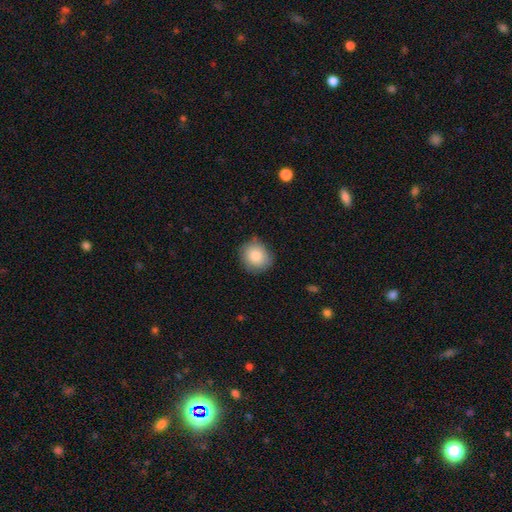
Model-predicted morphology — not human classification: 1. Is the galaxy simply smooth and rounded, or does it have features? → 86% smooth, 7% star or artifact, 7% featured or disk.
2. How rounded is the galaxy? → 79% round, 20% in between, 1% cigar-shaped.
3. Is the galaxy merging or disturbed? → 81% none, 15% minor disturbance, 3% major disturbance, 1% merger.